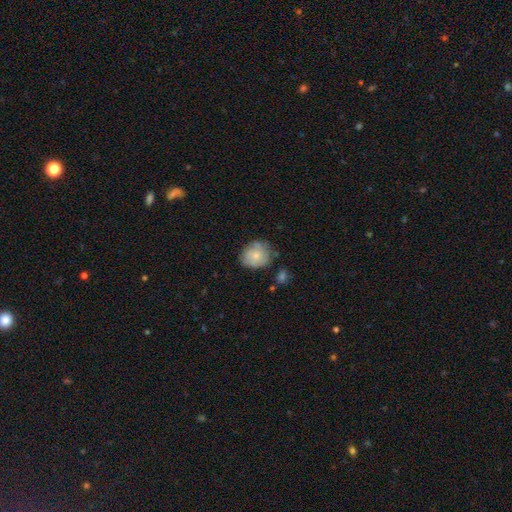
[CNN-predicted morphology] smooth_or_featured: smooth (p=0.65) [alt: featured or disk p=0.28]
how_rounded: round (p=0.72) [alt: in between p=0.27]
merging: none (p=0.66) [alt: minor disturbance p=0.24]